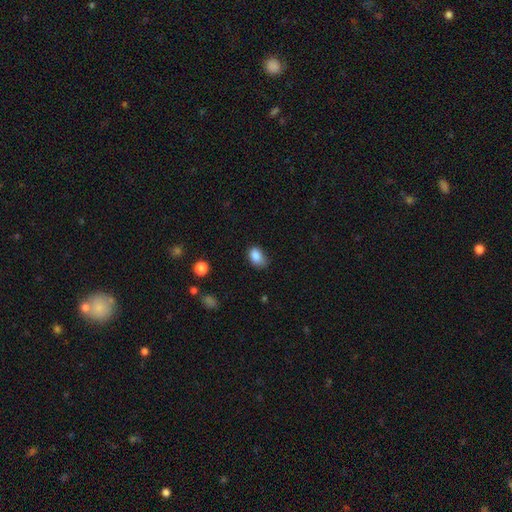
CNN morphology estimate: type=smooth (85%); roundness=in between (82%); merging=none (57%).